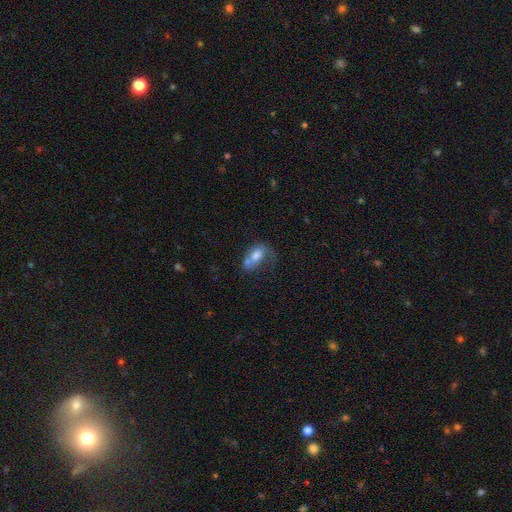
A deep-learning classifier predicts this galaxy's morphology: smooth-or-featured: smooth: 58% | featured or disk: 32% | star or artifact: 10%
  how-rounded: in between: 81% | round: 14% | cigar-shaped: 4%
  merging: merger: 38% | major disturbance: 24% | none: 21% | minor disturbance: 17%